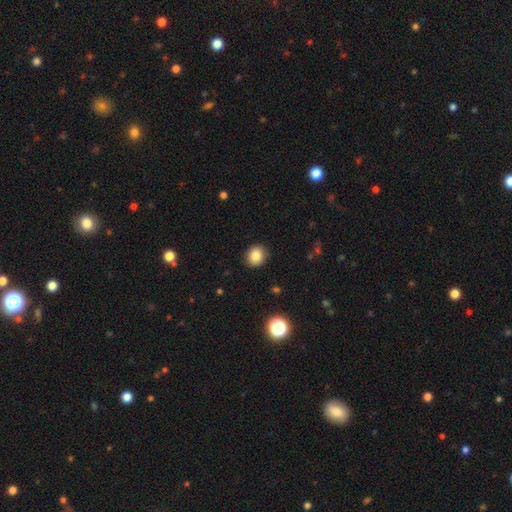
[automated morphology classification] Smooth or featured?
  - smooth: 84% *
  - star or artifact: 10%
  - featured or disk: 6%
How rounded?
  - round: 79% *
  - in between: 20%
  - cigar-shaped: 1%
Merging?
  - none: 90% *
  - minor disturbance: 7%
  - major disturbance: 2%
  - merger: 1%